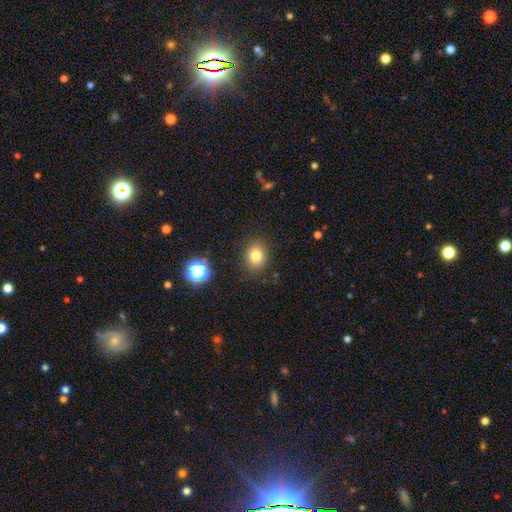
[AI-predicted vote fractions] A smooth galaxy with no disk features (80%) that is round (61%). Merging: none (84%).